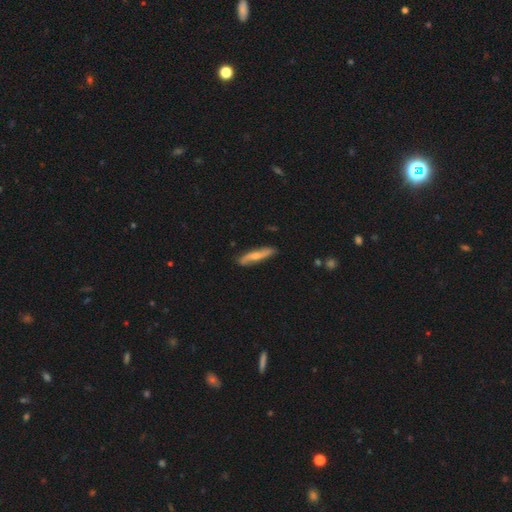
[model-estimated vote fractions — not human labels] Smooth or featured?
  - featured or disk: 52% *
  - smooth: 43%
  - star or artifact: 5%
Edge-on disk?
  - no: 55% *
  - yes: 45%
Merging?
  - none: 81% *
  - minor disturbance: 14%
  - major disturbance: 3%
  - merger: 2%